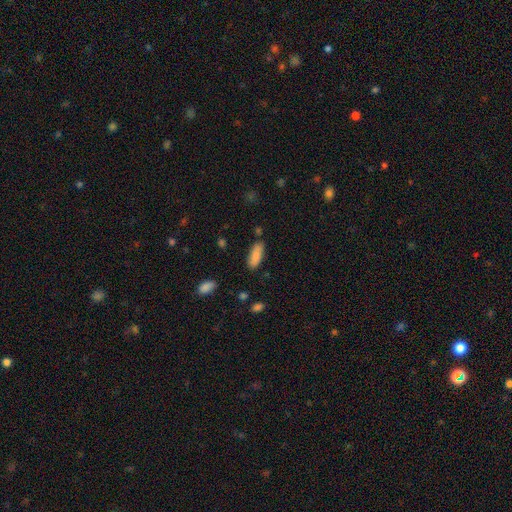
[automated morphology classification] Smooth or featured?
  - smooth: 87% *
  - star or artifact: 7%
  - featured or disk: 6%
How rounded?
  - in between: 68% *
  - cigar-shaped: 30%
  - round: 2%
Merging?
  - none: 80% *
  - minor disturbance: 13%
  - merger: 3%
  - major disturbance: 3%